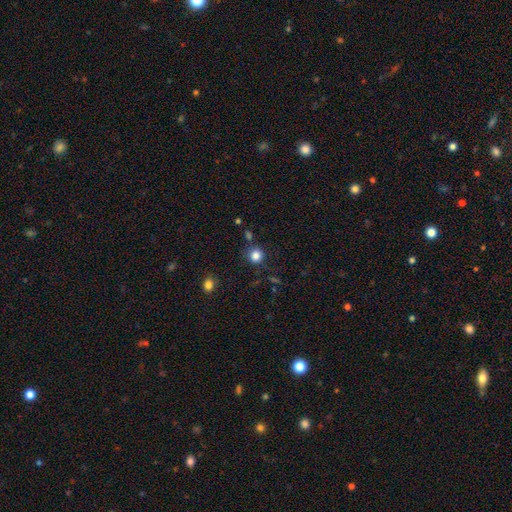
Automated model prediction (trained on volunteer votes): smooth 83%, star or artifact 13%, featured or disk 5%. Down the decision tree: how rounded — round (92%); merging — none (83%).